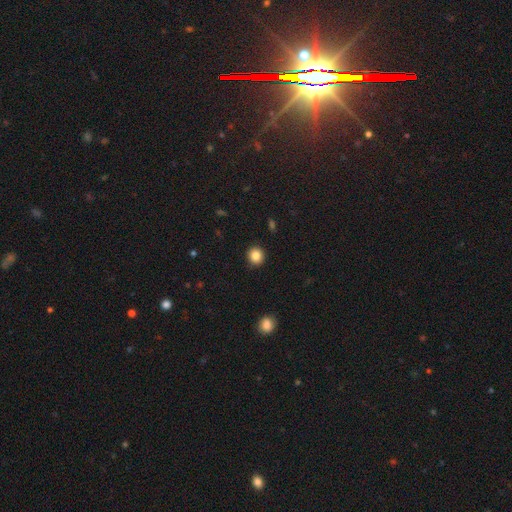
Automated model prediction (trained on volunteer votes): Q: Smooth or featured?
A: smooth (85%); runner-up: star or artifact (10%)
Q: How rounded?
A: round (88%); runner-up: in between (11%)
Q: Merging?
A: none (92%); runner-up: minor disturbance (5%)